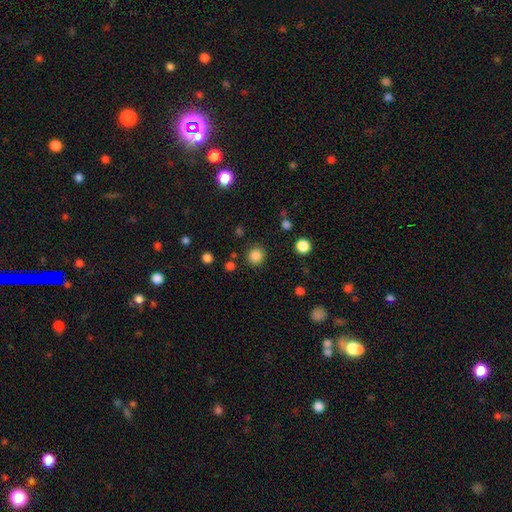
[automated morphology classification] smooth_or_featured: smooth (p=0.84) [alt: star or artifact p=0.12]
how_rounded: round (p=0.93) [alt: in between p=0.06]
merging: none (p=0.89) [alt: minor disturbance p=0.06]